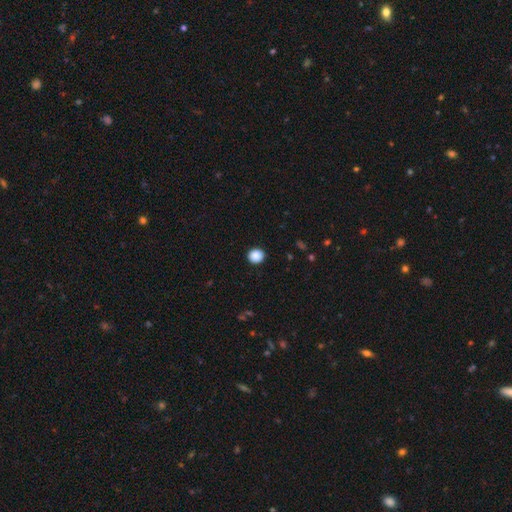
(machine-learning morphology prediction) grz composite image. It shows a smooth galaxy with no disk features (89%) that is round (88%). Merging: none (92%).